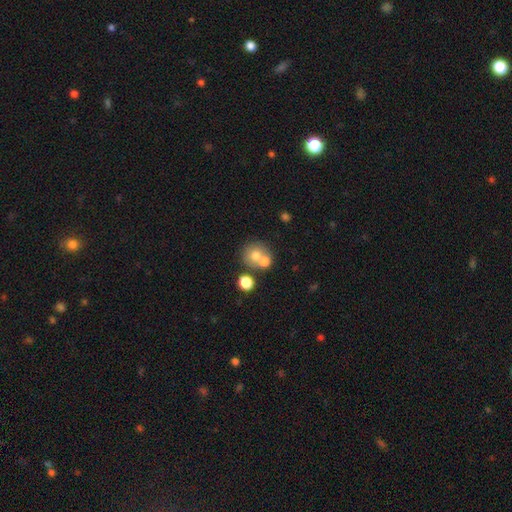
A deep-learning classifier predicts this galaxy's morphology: Overall: smooth (68%). How rounded: round (85%). Merging: none (47%; merger 42%).